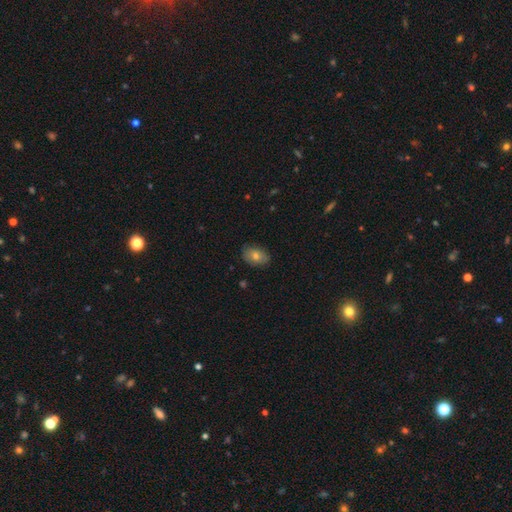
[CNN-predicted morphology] This appears to be a smooth galaxy with no disk features (70%) that is in between round and cigar-shaped (81%). Merging: none (83%).